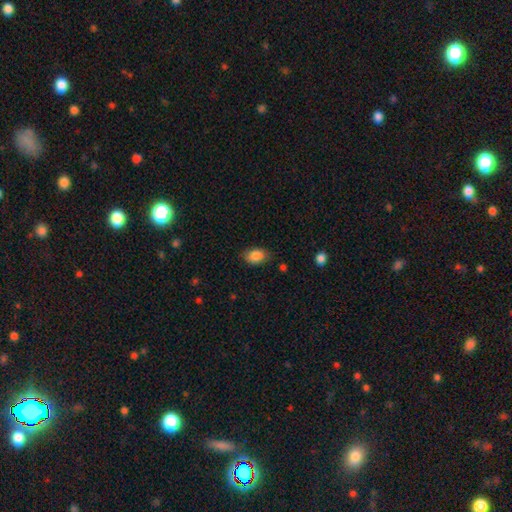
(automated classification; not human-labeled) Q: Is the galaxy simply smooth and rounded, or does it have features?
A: smooth — 86%.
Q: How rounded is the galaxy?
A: in between — 82%.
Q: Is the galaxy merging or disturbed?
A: none — 77%.